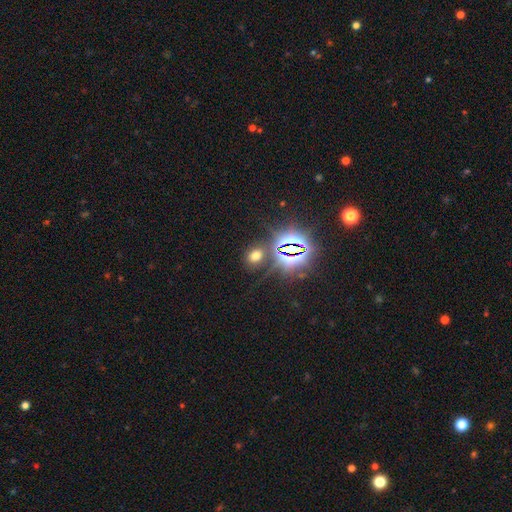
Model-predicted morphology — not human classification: Smooth or featured?
  - smooth: 53% *
  - star or artifact: 40%
  - featured or disk: 7%
How rounded?
  - in between: 58% *
  - round: 40%
  - cigar-shaped: 2%
Merging?
  - none: 78% *
  - minor disturbance: 10%
  - merger: 7%
  - major disturbance: 5%